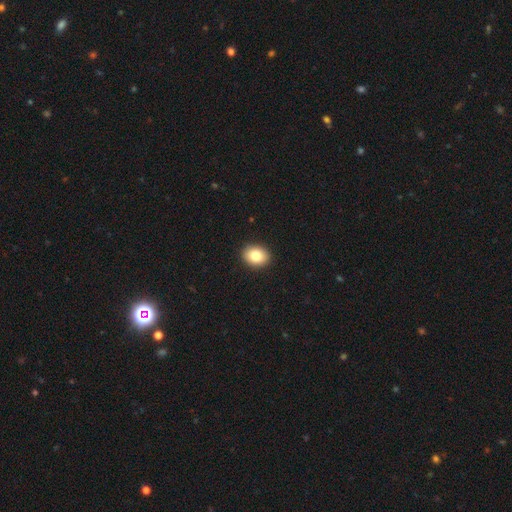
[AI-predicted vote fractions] This appears to be a smooth galaxy with no disk features (83%) that is in between round and cigar-shaped (56%). Merging: none (92%).